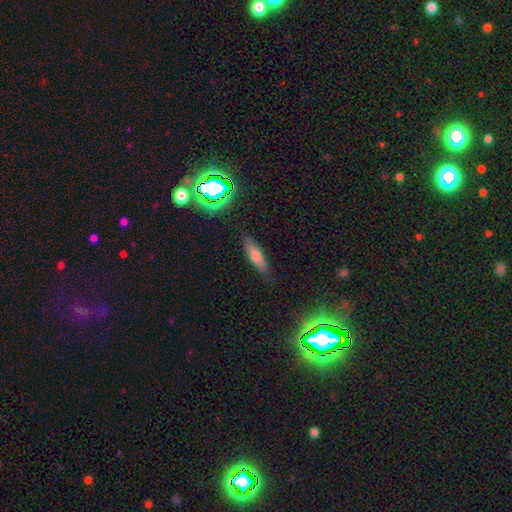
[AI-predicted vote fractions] smooth-or-featured: smooth: 67% | featured or disk: 18% | star or artifact: 15%
  how-rounded: cigar-shaped: 63% | in between: 34% | round: 3%
  merging: none: 84% | minor disturbance: 12% | major disturbance: 3% | merger: 2%